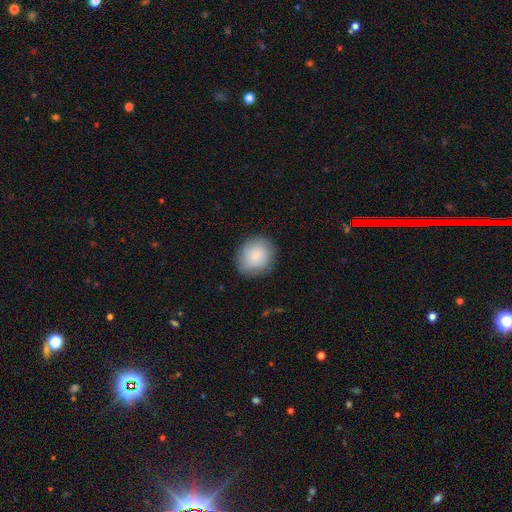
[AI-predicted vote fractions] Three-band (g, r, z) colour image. It shows a smooth galaxy with no disk features (77%) that is round (80%). Merging: none (79%).